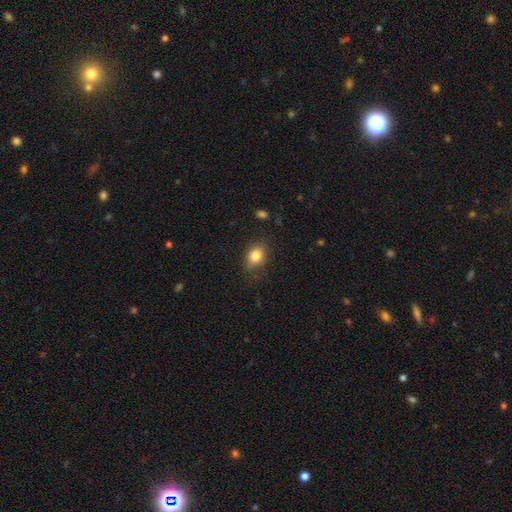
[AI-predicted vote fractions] Smooth or featured: smooth — 84% (star or artifact — 10%)
How rounded: in between — 61% (round — 37%)
Merging: none — 78% (minor disturbance — 16%)